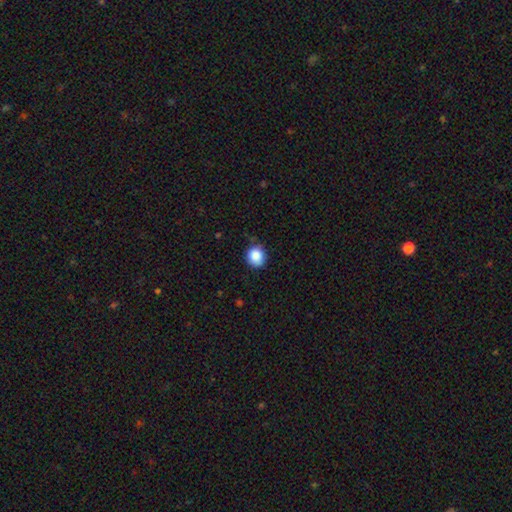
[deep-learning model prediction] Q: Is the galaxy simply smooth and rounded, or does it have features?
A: smooth — 87%.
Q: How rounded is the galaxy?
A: round — 83%.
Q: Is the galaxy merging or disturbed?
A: none — 80%.